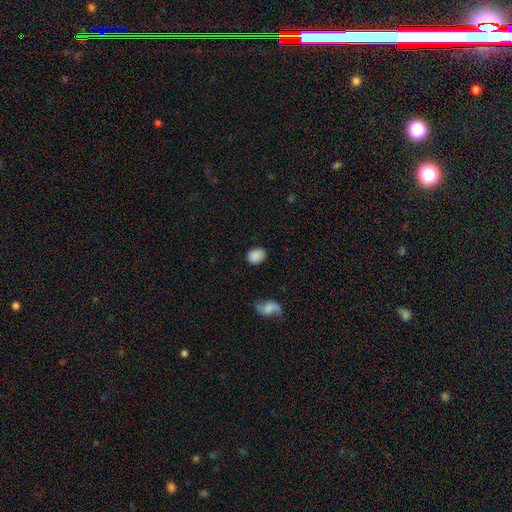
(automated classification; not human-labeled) Overall: smooth (87%). How rounded: in between (66%; round 33%). Merging: none (81%).